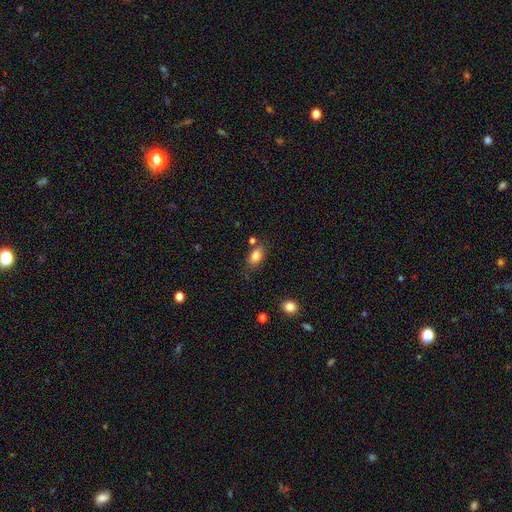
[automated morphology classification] smooth 82%, featured or disk 9%, star or artifact 9%. Down the decision tree: how rounded — in between (86%); merging — none (70%).